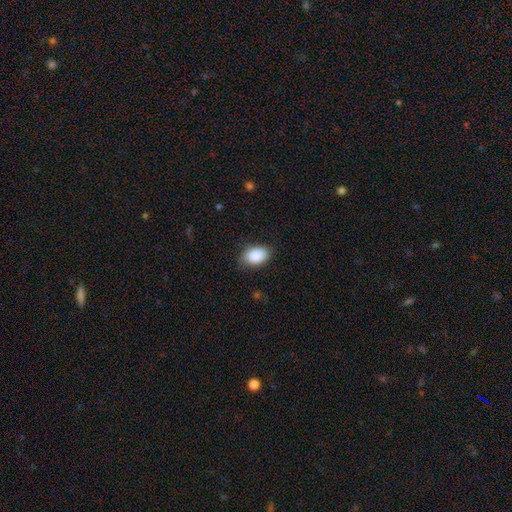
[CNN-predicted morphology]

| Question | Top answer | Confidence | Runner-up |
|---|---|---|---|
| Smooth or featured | smooth | 90% | star or artifact (7%) |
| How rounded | in between | 86% | round (13%) |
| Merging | none | 79% | minor disturbance (17%) |